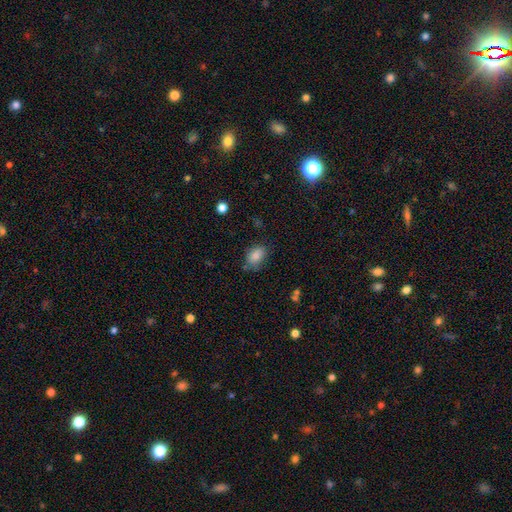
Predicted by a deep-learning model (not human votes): Smooth or featured? smooth (85%)
How rounded? in between (83%)
Merging? none (69%)